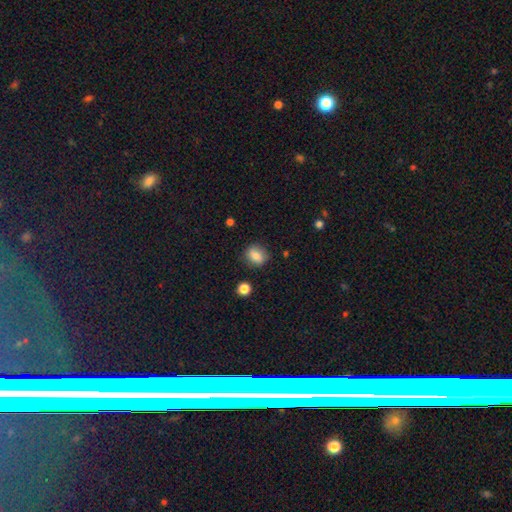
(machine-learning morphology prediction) smooth 80%, featured or disk 11%, star or artifact 9%. Down the decision tree: how rounded — round (56%); merging — none (81%).